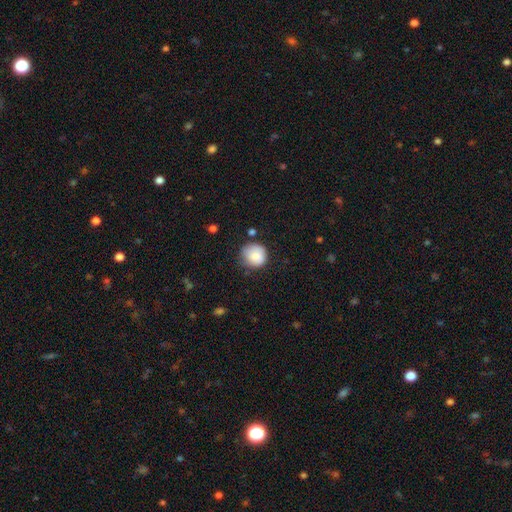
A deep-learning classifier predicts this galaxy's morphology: Q: Smooth or featured?
A: smooth (84%); runner-up: star or artifact (8%)
Q: How rounded?
A: round (87%); runner-up: in between (13%)
Q: Merging?
A: none (63%); runner-up: minor disturbance (27%)